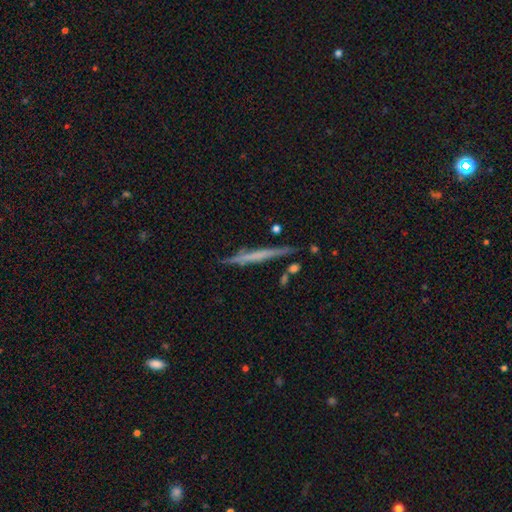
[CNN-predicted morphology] Smooth or featured?
  - featured or disk: 54% *
  - smooth: 40%
  - star or artifact: 6%
Edge-on disk?
  - yes: 96% *
  - no: 4%
Edge-on bulge?
  - none: 83% *
  - rounded: 10%
  - boxy: 7%
Merging?
  - none: 83% *
  - minor disturbance: 11%
  - merger: 3%
  - major disturbance: 2%